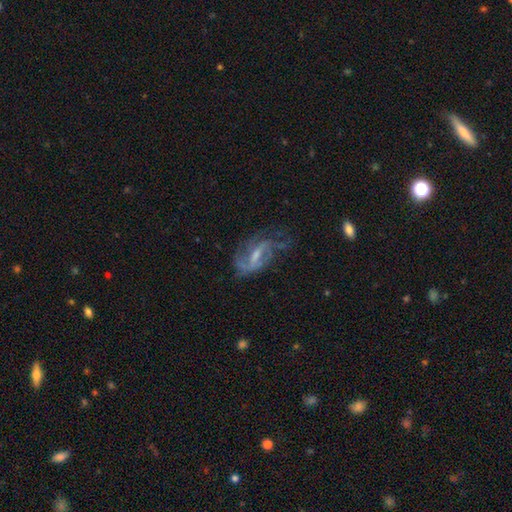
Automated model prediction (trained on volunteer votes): This is likely a featured or disk galaxy (79%). It is clearly not viewed edge-on (94%). Bar: possibly weak (50%). Spiral arm pattern: clearly yes (89%). Spiral arm count: possibly 2 (56%). Spiral winding: possibly medium (45%). Central bulge: marginally small (43%). Merging: possibly none (51%).